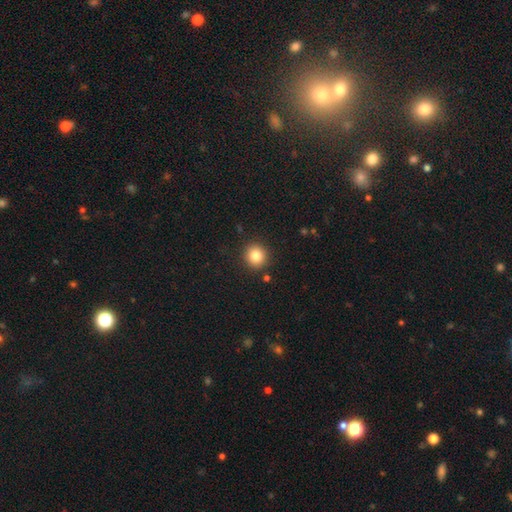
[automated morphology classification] type=smooth (82%); roundness=round (91%); merging=none (90%).